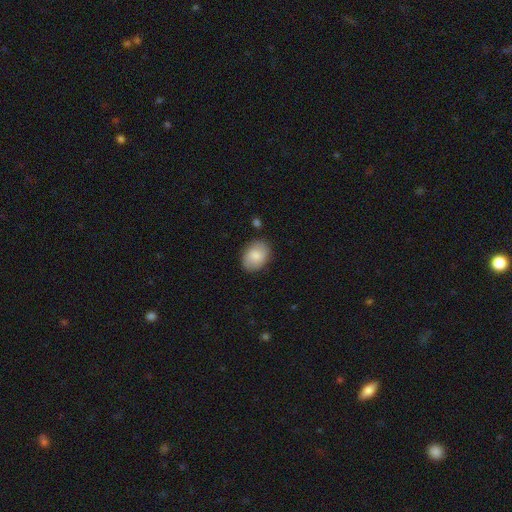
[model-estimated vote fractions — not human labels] This appears to be a smooth galaxy with no disk features (76%) that is in between round and cigar-shaped (69%). Merging: none (84%).